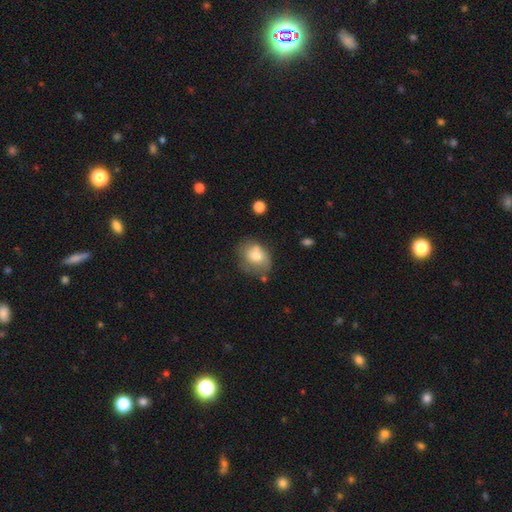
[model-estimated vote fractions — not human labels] Smooth or featured? Predicted: smooth (p=0.70). How rounded? Predicted: in between (p=0.55). Merging? Predicted: none (p=0.47).